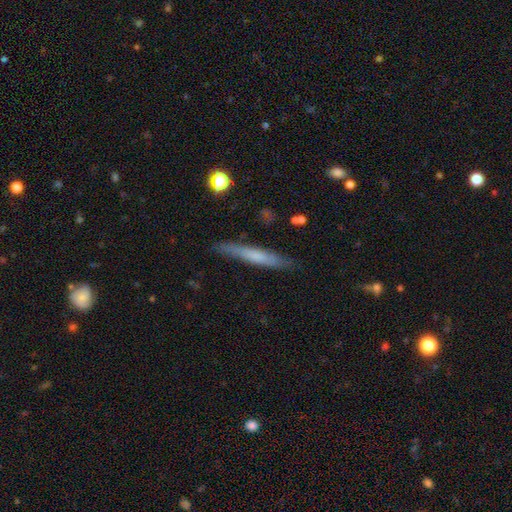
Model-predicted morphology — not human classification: smooth 59%, featured or disk 35%, star or artifact 7%. Down the decision tree: how rounded — cigar-shaped (94%); merging — none (83%).